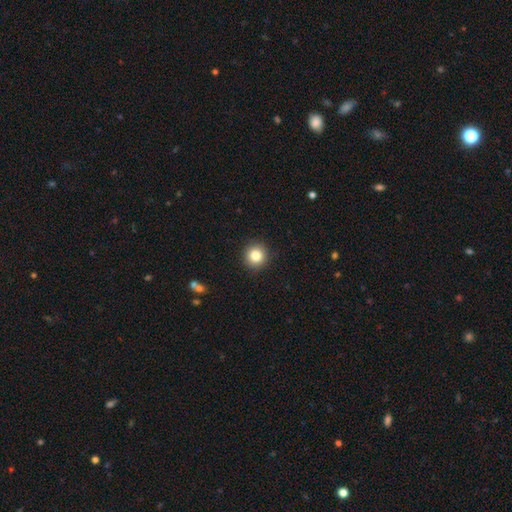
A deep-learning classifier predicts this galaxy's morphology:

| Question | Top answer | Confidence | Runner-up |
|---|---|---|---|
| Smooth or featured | smooth | 83% | star or artifact (10%) |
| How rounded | round | 93% | in between (6%) |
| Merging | none | 92% | minor disturbance (6%) |